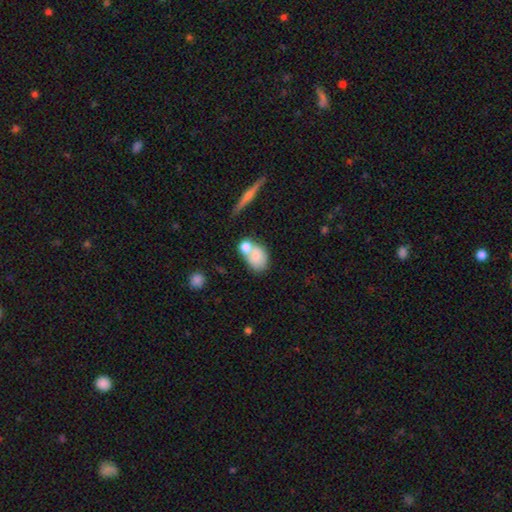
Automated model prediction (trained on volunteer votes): Overall: smooth (72%). How rounded: in between (76%). Merging: merger (48%; none 34%).